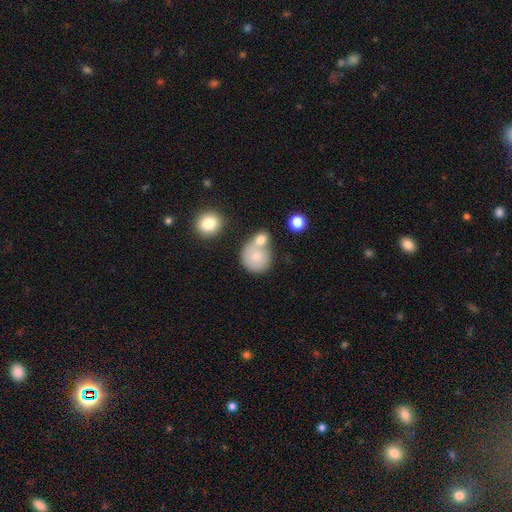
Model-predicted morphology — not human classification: Overall: smooth (77%). How rounded: round (84%). Merging: none (41%; merger 40%).